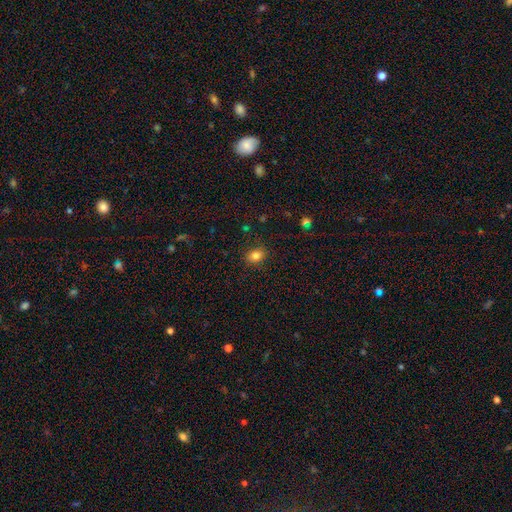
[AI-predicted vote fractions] This is clearly a smooth galaxy (82%). How rounded: possibly in between (57%). Merging: clearly none (86%).